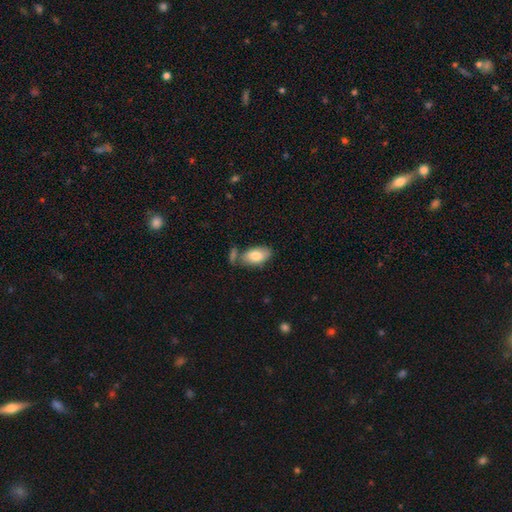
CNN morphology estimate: Q: Smooth or featured?
A: smooth (79%); runner-up: featured or disk (15%)
Q: How rounded?
A: in between (93%); runner-up: round (4%)
Q: Merging?
A: none (64%); runner-up: minor disturbance (17%)